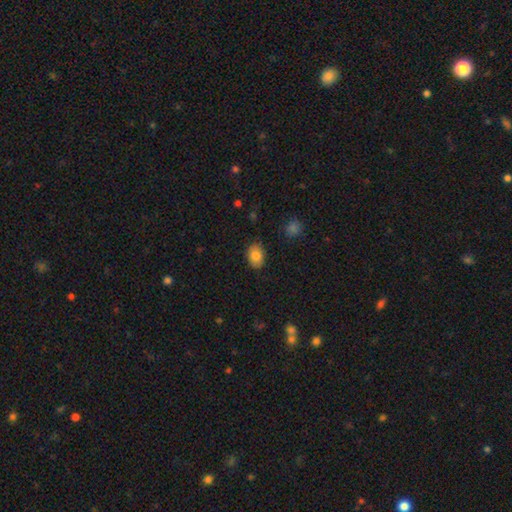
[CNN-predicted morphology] smooth-or-featured: smooth: 83% | featured or disk: 9% | star or artifact: 8%
  how-rounded: in between: 78% | round: 21% | cigar-shaped: 1%
  merging: none: 85% | minor disturbance: 11% | major disturbance: 2% | merger: 1%